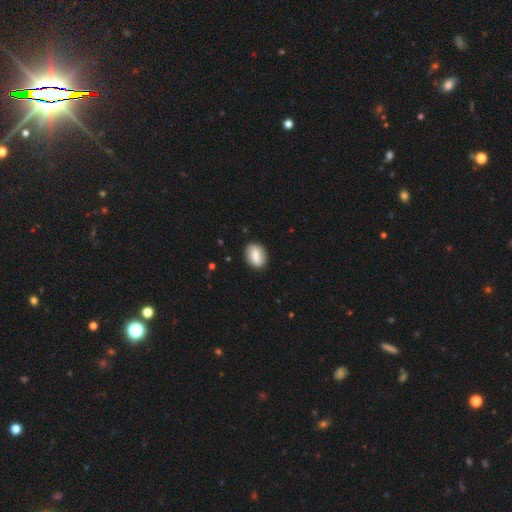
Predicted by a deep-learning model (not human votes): smooth_or_featured: smooth (p=0.63) [alt: featured or disk p=0.30]
how_rounded: in between (p=0.69) [alt: round p=0.29]
merging: none (p=0.87) [alt: minor disturbance p=0.10]